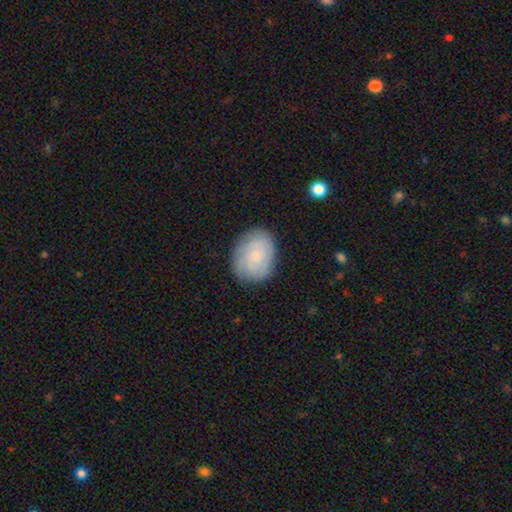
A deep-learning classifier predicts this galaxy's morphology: type=smooth (50%); merging=none (80%).